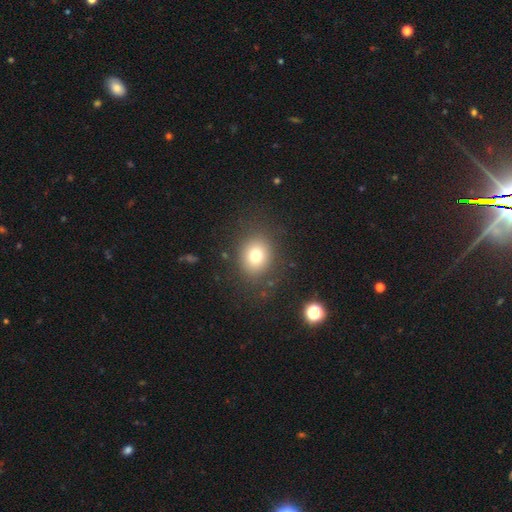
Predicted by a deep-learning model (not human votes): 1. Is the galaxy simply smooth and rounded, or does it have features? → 75% smooth, 13% star or artifact, 11% featured or disk.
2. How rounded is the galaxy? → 66% round, 33% in between, 1% cigar-shaped.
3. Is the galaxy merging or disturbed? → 84% none, 9% minor disturbance, 5% major disturbance, 2% merger.